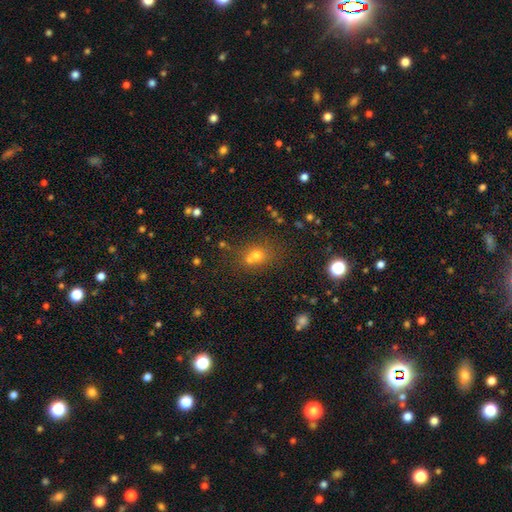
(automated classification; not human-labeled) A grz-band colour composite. It shows a smooth galaxy with no disk features (62%) that is round (66%). Merging: none (50%).